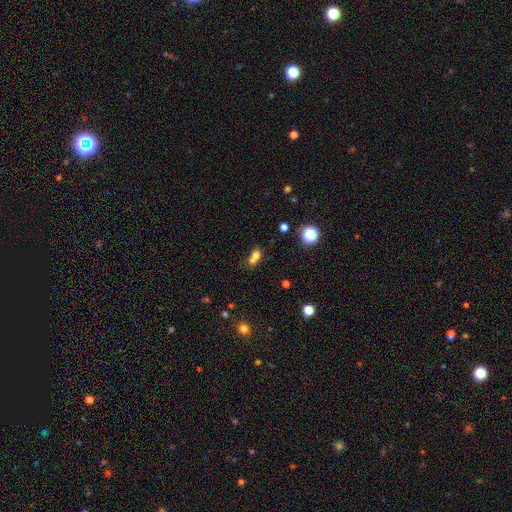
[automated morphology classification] A smooth galaxy with no disk features (70%) that is in between round and cigar-shaped (51%). Merging: merger (56%).